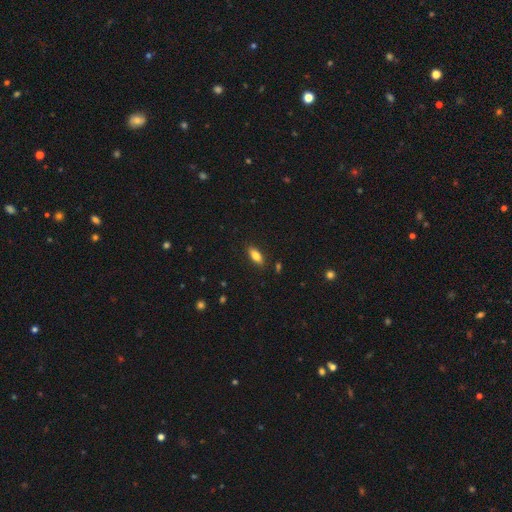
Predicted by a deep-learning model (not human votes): Smooth or featured: smooth — 79% (featured or disk — 13%)
How rounded: in between — 80% (cigar-shaped — 17%)
Merging: none — 87% (minor disturbance — 10%)